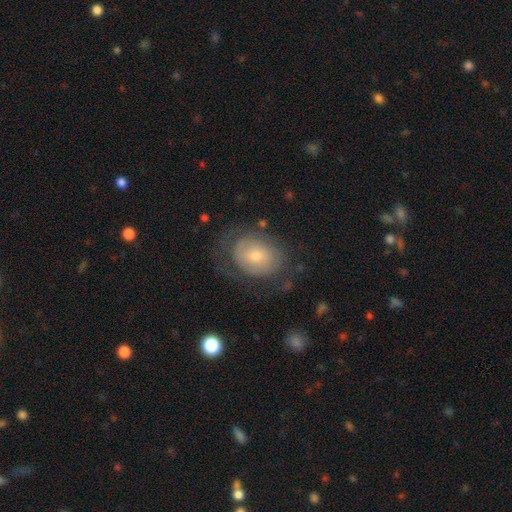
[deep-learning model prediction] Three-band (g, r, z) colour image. It shows a featured or disk galaxy (48%). Merging: none (59%).